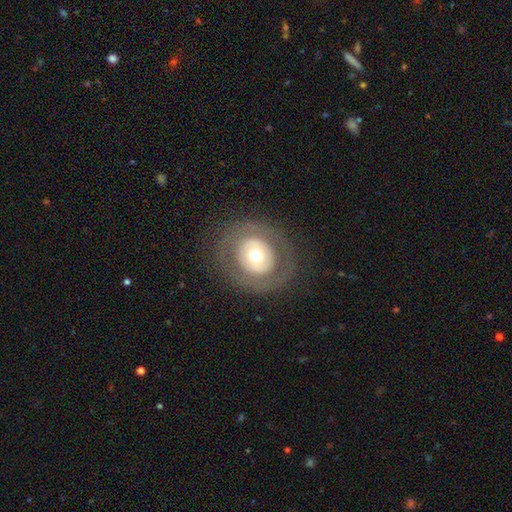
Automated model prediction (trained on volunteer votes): featured or disk 51%, smooth 41%, star or artifact 7%. Down the decision tree: edge-on disk — no (95%); merging — none (80%).